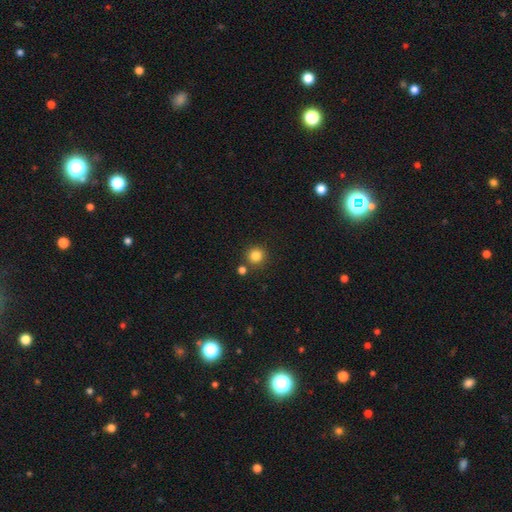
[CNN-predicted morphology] Overall: smooth (83%). How rounded: round (93%). Merging: none (83%).